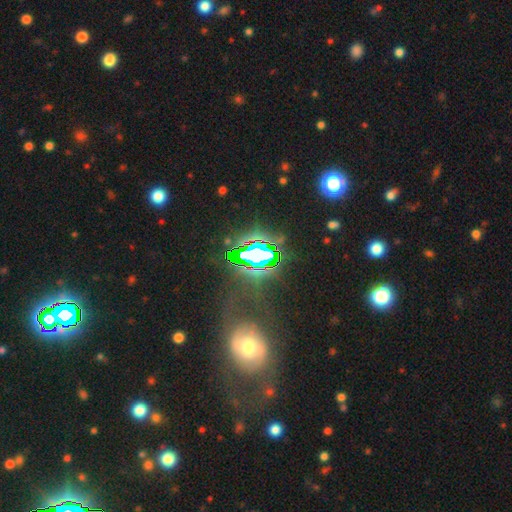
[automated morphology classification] The model was most divided on "smooth or featured": star or artifact: 74%, smooth: 13%, featured or disk: 13%.